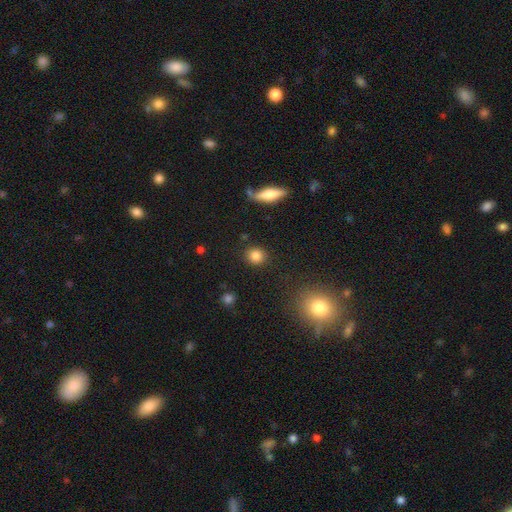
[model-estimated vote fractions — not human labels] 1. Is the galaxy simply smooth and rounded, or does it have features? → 84% smooth, 10% star or artifact, 5% featured or disk.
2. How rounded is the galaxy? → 83% round, 15% in between, 2% cigar-shaped.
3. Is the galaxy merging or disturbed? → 88% none, 7% minor disturbance, 3% major disturbance, 2% merger.